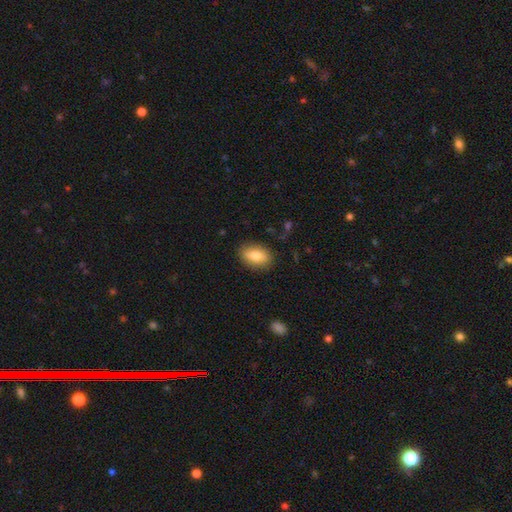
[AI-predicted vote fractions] Smooth or featured? Predicted: smooth (p=0.79). How rounded? Predicted: in between (p=0.88). Merging? Predicted: none (p=0.86).